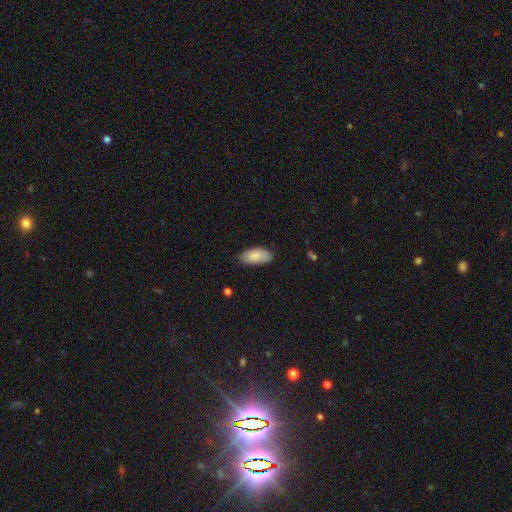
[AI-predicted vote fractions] The model was most divided on "merging": none: 78%, minor disturbance: 18%, major disturbance: 3%, merger: 1%. More confident: how rounded — in between (92%); smooth or featured — smooth (85%).